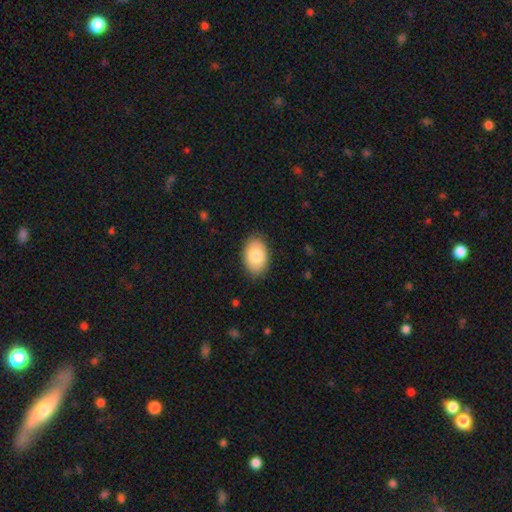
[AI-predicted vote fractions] Smooth or featured? smooth (80%)
How rounded? in between (89%)
Merging? none (85%)